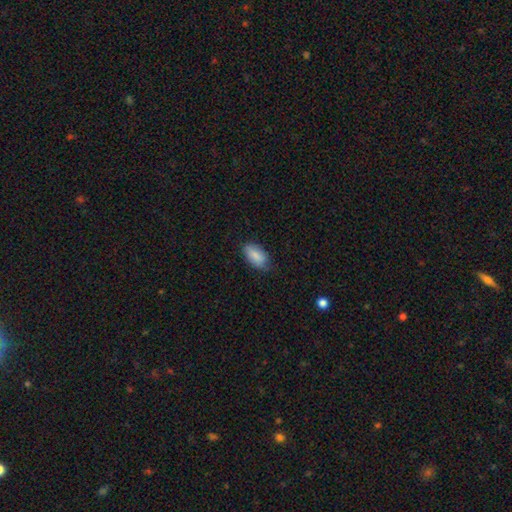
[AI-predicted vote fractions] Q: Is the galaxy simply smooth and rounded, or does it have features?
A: smooth — 86%.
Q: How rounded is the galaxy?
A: in between — 92%.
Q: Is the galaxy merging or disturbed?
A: none — 76%.